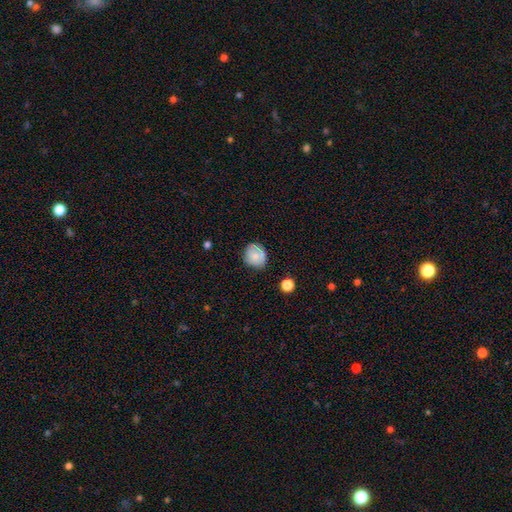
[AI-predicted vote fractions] Smooth or featured: smooth — 76% (featured or disk — 16%)
How rounded: round — 77% (in between — 22%)
Merging: none — 75% (minor disturbance — 20%)